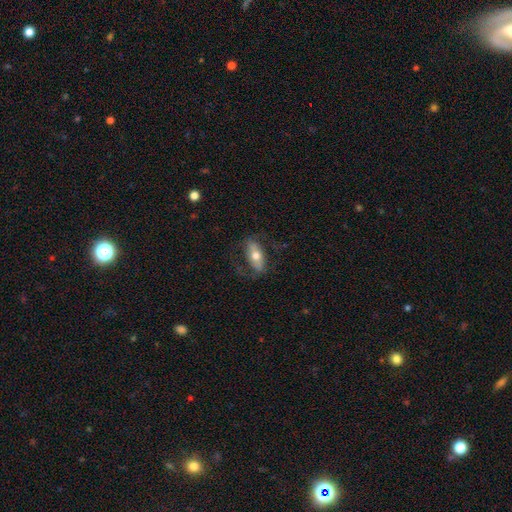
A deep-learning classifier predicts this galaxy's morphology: This appears to be a smooth galaxy with no disk features (47%). Merging: none (70%).